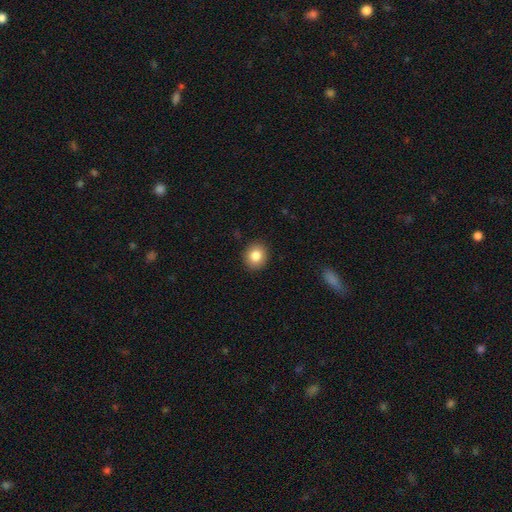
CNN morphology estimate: smooth 84%, star or artifact 9%, featured or disk 7%. Down the decision tree: how rounded — round (77%); merging — none (91%).